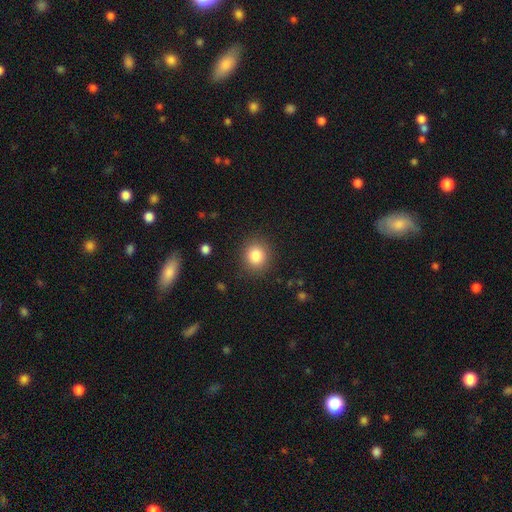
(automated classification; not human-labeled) This is clearly a smooth galaxy (84%). How rounded: clearly round (84%). Merging: clearly none (89%).